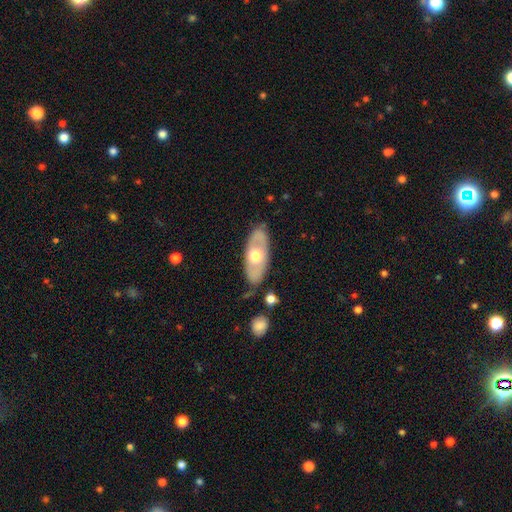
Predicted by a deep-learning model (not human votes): Q: Smooth or featured?
A: featured or disk (51%); runner-up: smooth (44%)
Q: Edge-on disk?
A: no (74%); runner-up: yes (26%)
Q: Merging?
A: none (78%); runner-up: minor disturbance (14%)